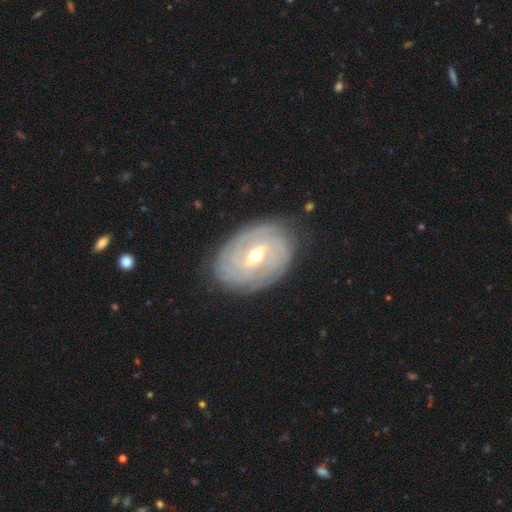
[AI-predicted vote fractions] A featured or disk galaxy (87%) with a weak bar (51%), tight (82%) spiral arms (95%) and a moderate central bulge (64%).

Vote fractions:
- Smooth or featured? featured or disk: 87% / smooth: 8% / star or artifact: 5%
- Edge-on disk? no: 96% / yes: 4%
- Bar? weak: 51% / strong: 31% / no: 17%
- Spiral arms? yes: 95% / no: 5%
- Spiral winding? tight: 82% / medium: 15% / loose: 4%
- Spiral arm count? can't tell: 33% / 4: 18% / 3: 18% / 2: 16% / more than 4: 9% / 1: 6%
- Bulge size? moderate: 64% / small: 31% / large: 3% / none: 1% / dominant: 1%
- Merging? none: 83% / minor disturbance: 13% / major disturbance: 3% / merger: 1%